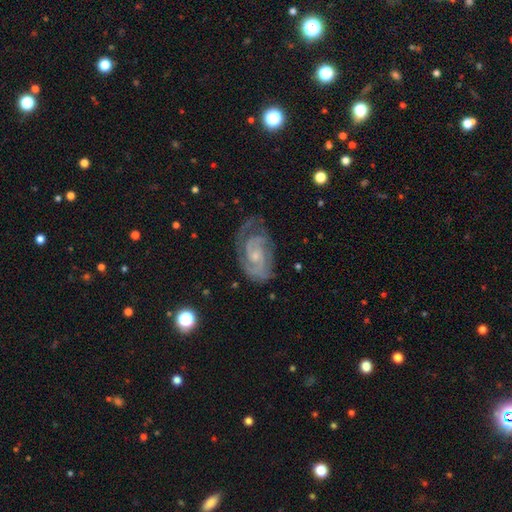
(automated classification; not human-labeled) This is clearly a featured or disk galaxy (87%). It is clearly not viewed edge-on (97%). Bar: likely no (60%). Spiral arm pattern: clearly yes (97%). Spiral arm count: likely 2 (65%). Spiral winding: possibly tight (55%). Central bulge: likely small (68%). Merging: likely none (64%).